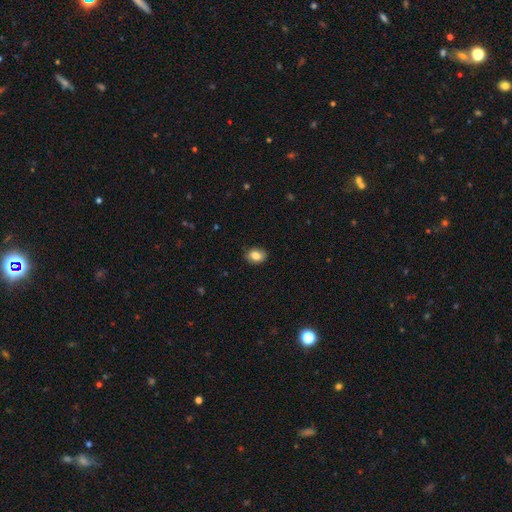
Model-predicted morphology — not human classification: Overall: smooth (80%). How rounded: in between (70%). Merging: none (85%).